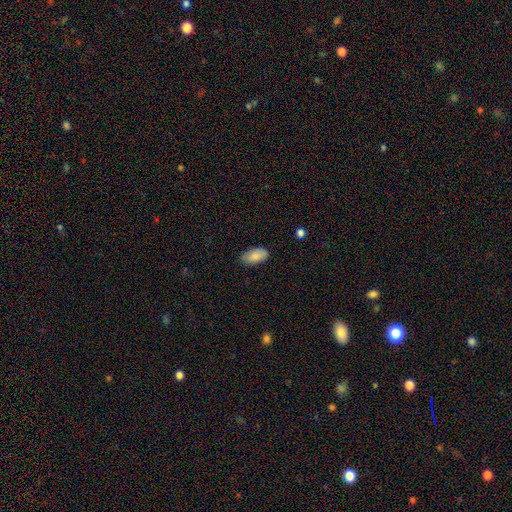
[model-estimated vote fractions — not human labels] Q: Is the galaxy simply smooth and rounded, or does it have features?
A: smooth — 86%.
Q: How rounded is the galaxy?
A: in between — 94%.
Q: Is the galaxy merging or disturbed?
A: none — 83%.